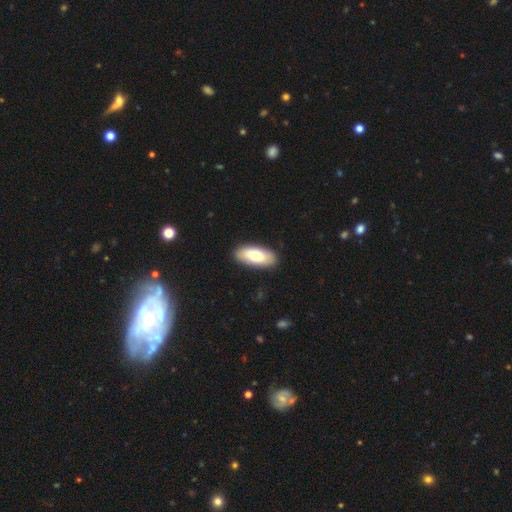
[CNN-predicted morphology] This is likely a smooth galaxy (78%). How rounded: clearly in between (86%). Merging: clearly none (87%).